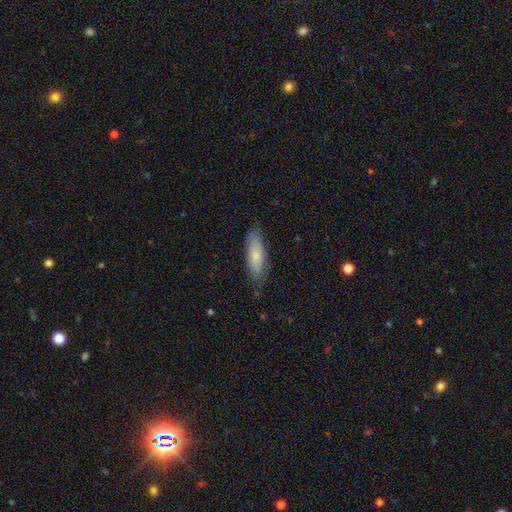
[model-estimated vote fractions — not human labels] Overall: smooth (74%). How rounded: in between (54%; cigar-shaped 44%). Merging: none (75%).